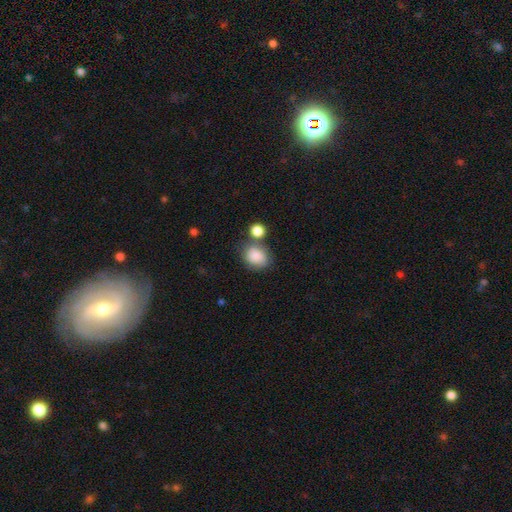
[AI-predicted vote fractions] Q: Smooth or featured?
A: smooth (84%); runner-up: star or artifact (8%)
Q: How rounded?
A: round (51%); runner-up: in between (48%)
Q: Merging?
A: none (56%); runner-up: merger (20%)